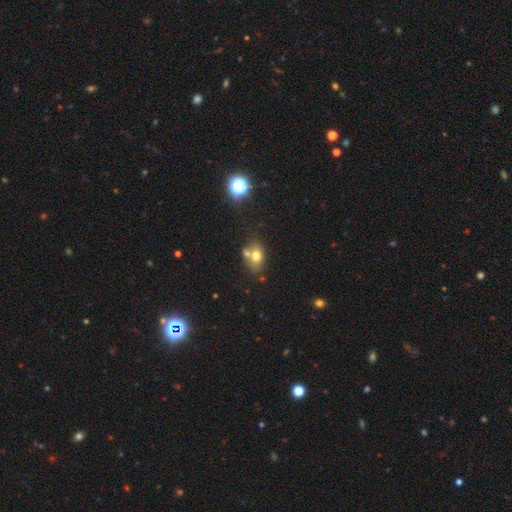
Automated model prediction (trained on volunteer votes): Morphology: type=smooth (69%); roundness=in between (70%); merging=none (46%).